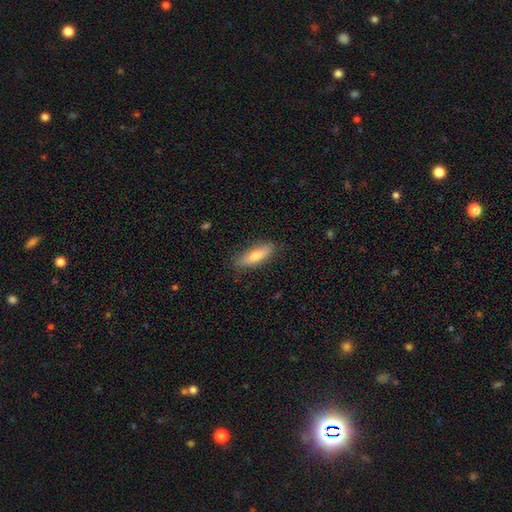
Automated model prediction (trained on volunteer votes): Morphology: type=smooth (64%); roundness=cigar-shaped (59%); merging=none (86%).